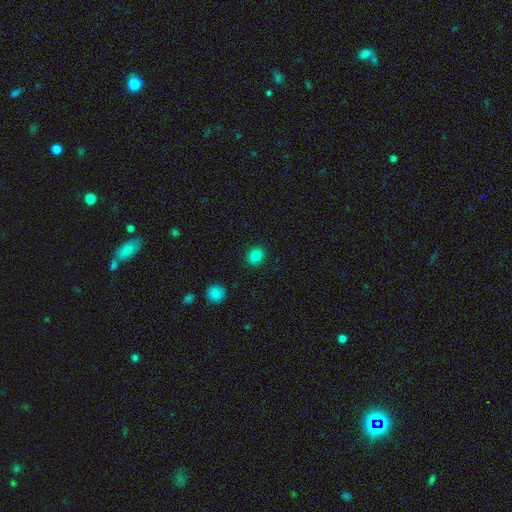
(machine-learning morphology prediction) The model was most divided on "how rounded": round: 60%, in between: 39%, cigar-shaped: 1%. More confident: merging — none (87%); smooth or featured — smooth (83%).